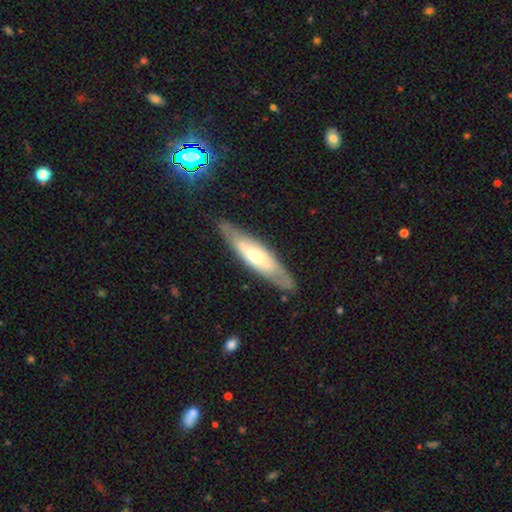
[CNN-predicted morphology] featured or disk 55%, smooth 40%, star or artifact 5%. Down the decision tree: edge-on disk — yes (52%); merging — none (81%).